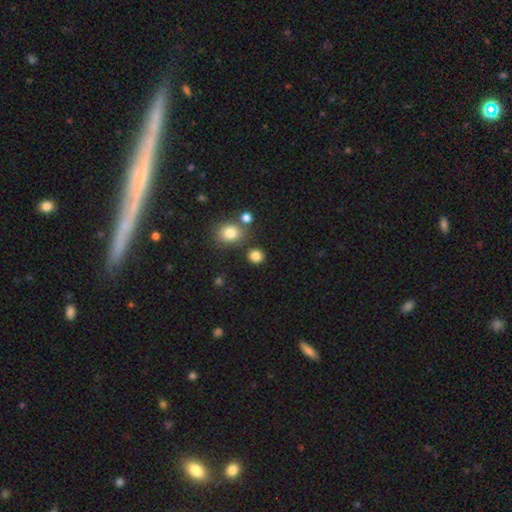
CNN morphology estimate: A smooth galaxy with no disk features (83%) that is round (85%).

Vote fractions:
- Smooth or featured? smooth: 83% / star or artifact: 12% / featured or disk: 5%
- How rounded? round: 85% / in between: 14% / cigar-shaped: 1%
- Merging? none: 81% / minor disturbance: 8% / merger: 7% / major disturbance: 3%